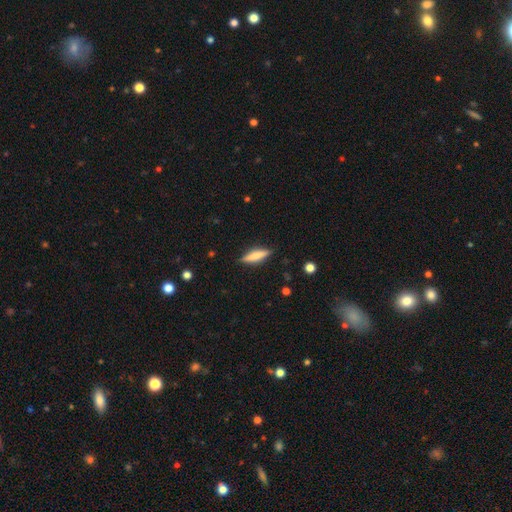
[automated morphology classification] Smooth or featured? Predicted: smooth (p=0.63). How rounded? Predicted: cigar-shaped (p=0.76). Merging? Predicted: none (p=0.88).